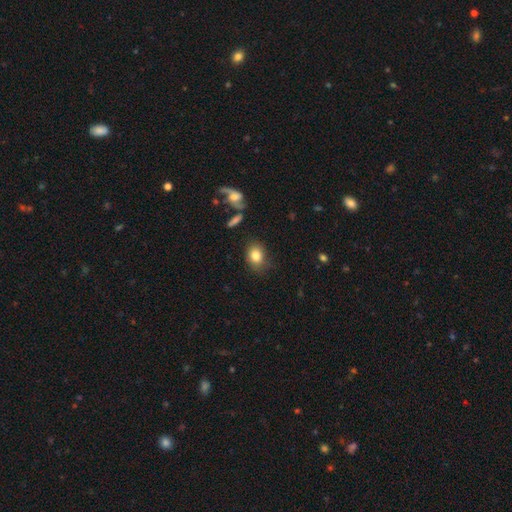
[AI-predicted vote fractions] Morphology: type=smooth (82%); roundness=in between (53%); merging=none (74%).